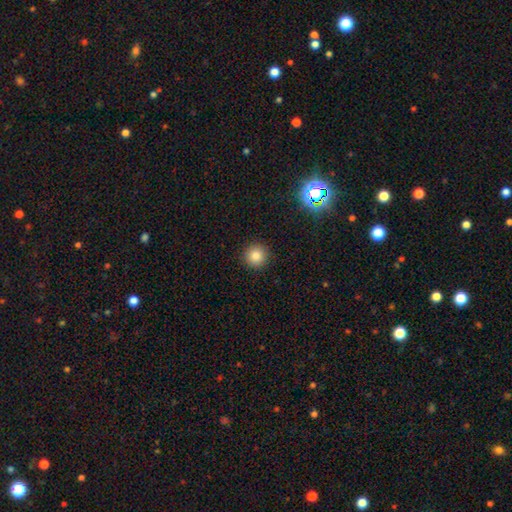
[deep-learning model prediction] Smooth or featured?
  - smooth: 83% *
  - star or artifact: 12%
  - featured or disk: 5%
How rounded?
  - round: 95% *
  - in between: 4%
  - cigar-shaped: 1%
Merging?
  - none: 92% *
  - minor disturbance: 5%
  - major disturbance: 2%
  - merger: 1%